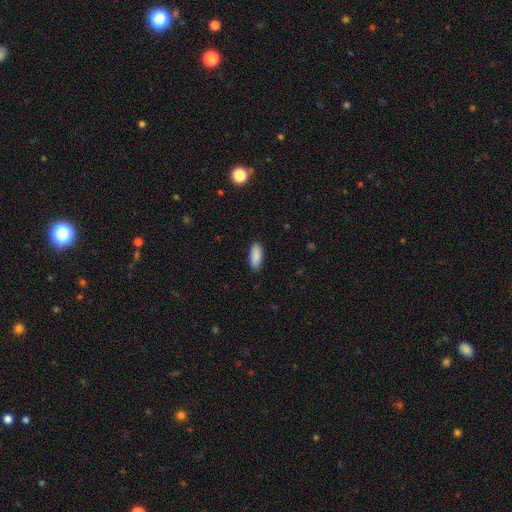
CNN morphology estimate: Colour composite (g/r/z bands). It shows a smooth galaxy with no disk features (90%) that is in between round and cigar-shaped (82%). Merging: none (88%).